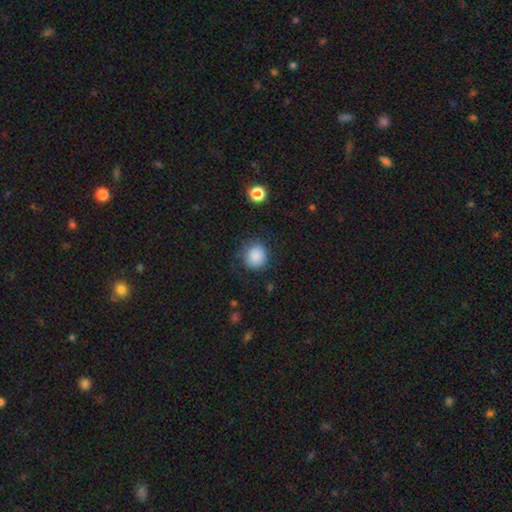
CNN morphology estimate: Q: Smooth or featured?
A: smooth (85%); runner-up: star or artifact (9%)
Q: How rounded?
A: round (88%); runner-up: in between (12%)
Q: Merging?
A: none (80%); runner-up: minor disturbance (14%)